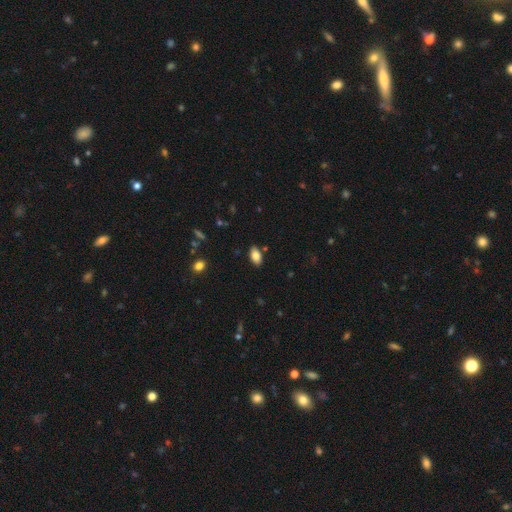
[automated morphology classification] This is clearly a smooth galaxy (84%). How rounded: clearly in between (93%). Merging: clearly none (85%).